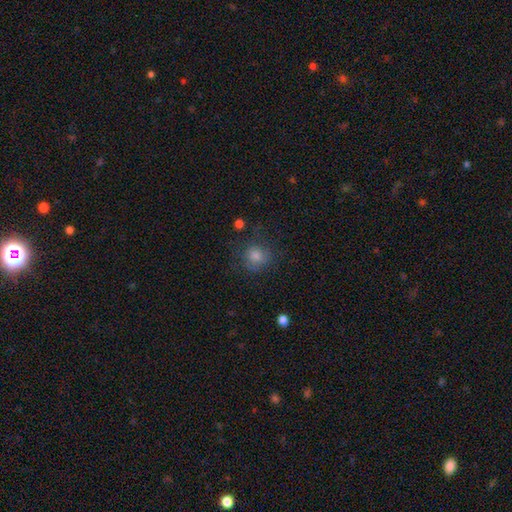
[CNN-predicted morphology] Overall: smooth (69%). How rounded: round (86%). Merging: none (72%).